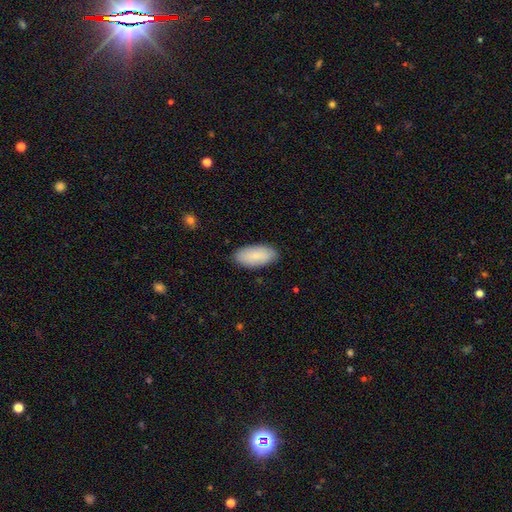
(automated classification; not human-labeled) Smooth or featured? smooth (83%)
How rounded? in between (94%)
Merging? none (86%)